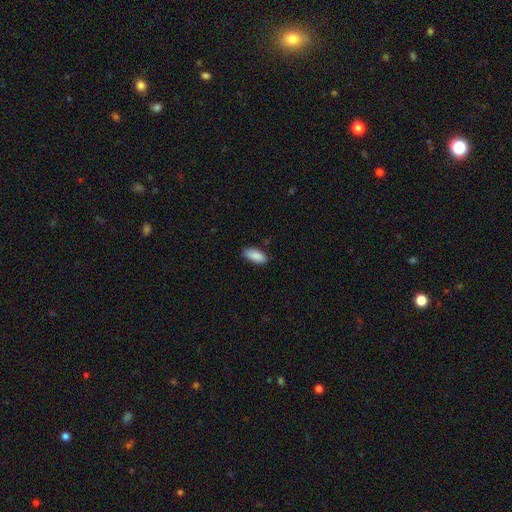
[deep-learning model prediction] Smooth or featured? smooth (89%)
How rounded? in between (85%)
Merging? none (84%)